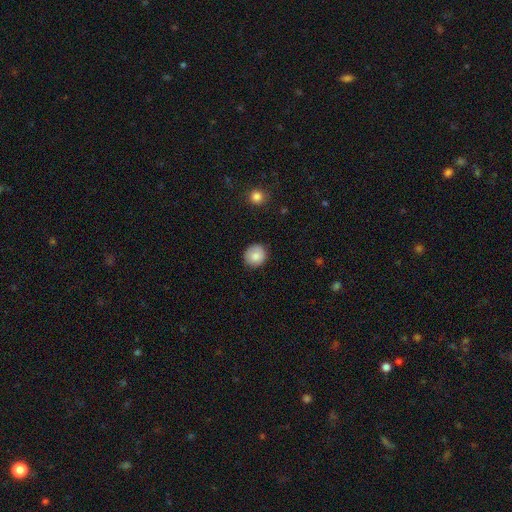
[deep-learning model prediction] Smooth or featured: smooth — 85% (star or artifact — 8%)
How rounded: round — 88% (in between — 11%)
Merging: none — 87% (minor disturbance — 9%)